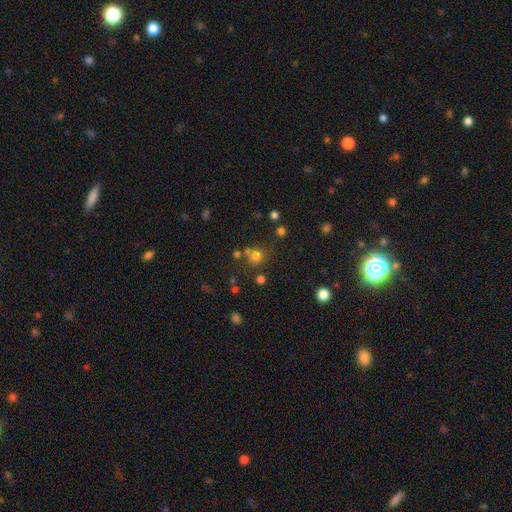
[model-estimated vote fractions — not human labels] smooth_or_featured: smooth (p=0.70) [alt: star or artifact p=0.21]
how_rounded: round (p=0.83) [alt: in between p=0.16]
merging: none (p=0.66) [alt: merger p=0.18]